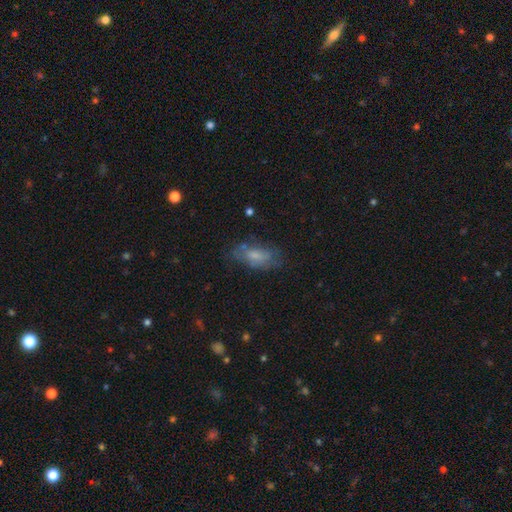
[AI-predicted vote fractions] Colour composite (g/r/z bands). It shows a smooth galaxy with no disk features (60%) that is in between round and cigar-shaped (84%). Merging: none (62%).